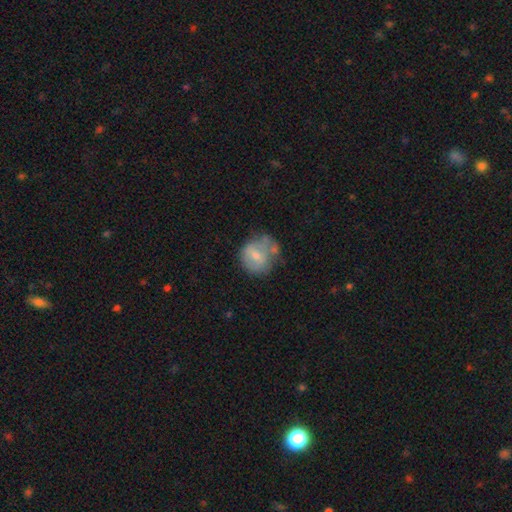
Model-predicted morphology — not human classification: smooth_or_featured: smooth (p=0.60) [alt: featured or disk p=0.33]
how_rounded: round (p=0.78) [alt: in between p=0.21]
merging: none (p=0.44) [alt: minor disturbance p=0.28]